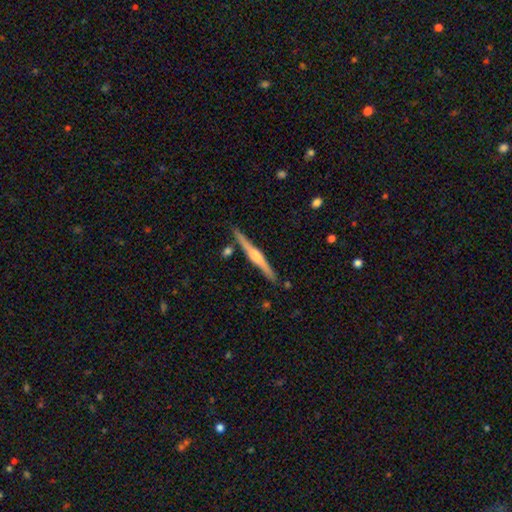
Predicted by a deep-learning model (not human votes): smooth-or-featured: featured or disk: 73% | smooth: 22% | star or artifact: 5%
  disk-edge-on: yes: 98% | no: 2%
    edge-on-bulge: rounded: 76% | boxy: 15% | none: 9%
  merging: none: 87% | minor disturbance: 8% | merger: 3% | major disturbance: 2%